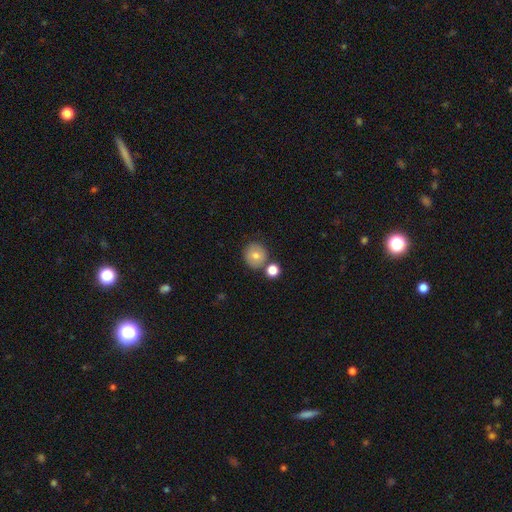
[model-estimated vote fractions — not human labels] Overall: smooth (74%). How rounded: round (88%). Merging: none (72%).